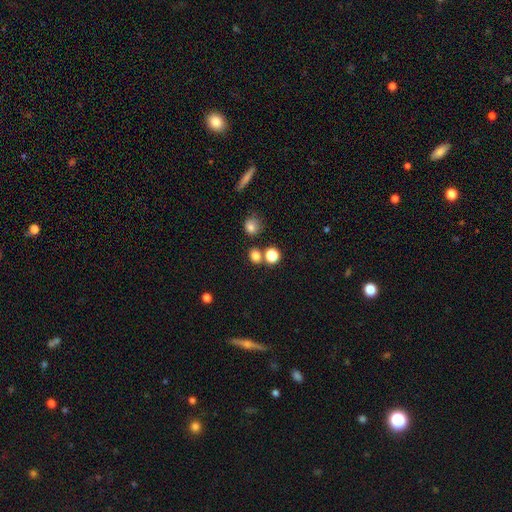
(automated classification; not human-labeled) A smooth galaxy with no disk features (78%) that is round (68%).

Vote fractions:
- Smooth or featured? smooth: 78% / star or artifact: 16% / featured or disk: 6%
- How rounded? round: 68% / in between: 31% / cigar-shaped: 1%
- Merging? none: 67% / merger: 20% / minor disturbance: 9% / major disturbance: 3%